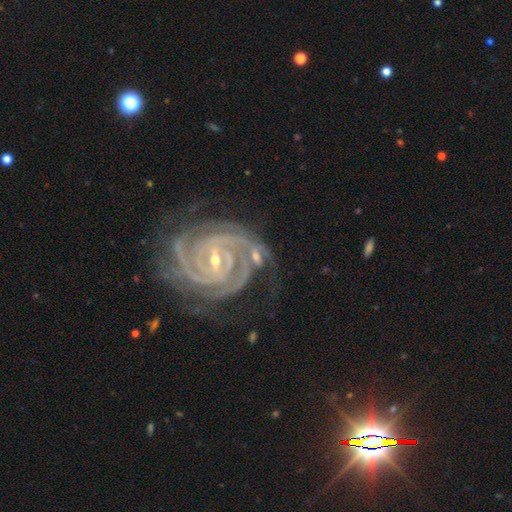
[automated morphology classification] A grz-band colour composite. It shows a featured or disk galaxy (91%) with a weak bar (43%), 3 (29%) tight (80%) spiral arms (99%) and a small central bulge (68%). Merging: none (61%).